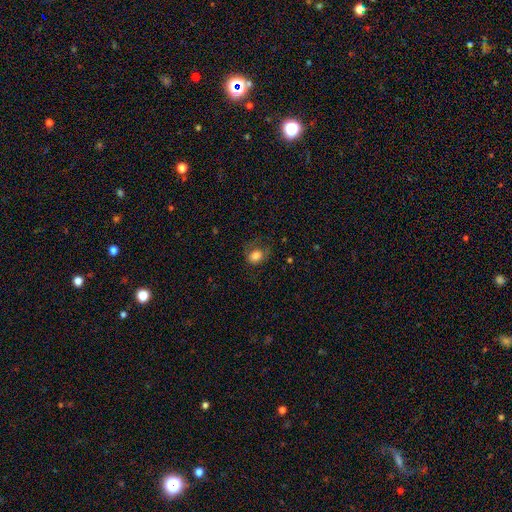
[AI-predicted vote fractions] Smooth or featured? smooth (78%)
How rounded? round (51%)
Merging? none (54%)